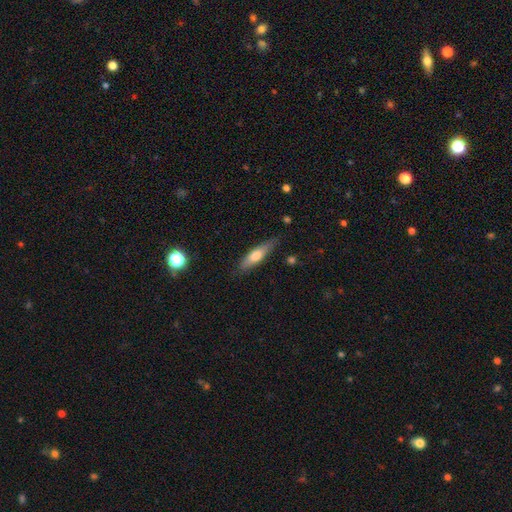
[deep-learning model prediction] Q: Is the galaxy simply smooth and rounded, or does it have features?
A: smooth — 60%.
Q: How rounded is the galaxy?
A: cigar-shaped — 68%.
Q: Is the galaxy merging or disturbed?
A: none — 79%.